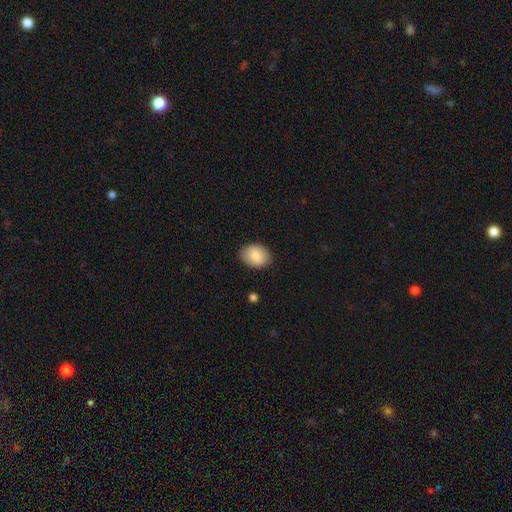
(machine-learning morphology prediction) The model was most divided on "how rounded": in between: 73%, round: 26%, cigar-shaped: 1%. More confident: merging — none (86%); smooth or featured — smooth (83%).